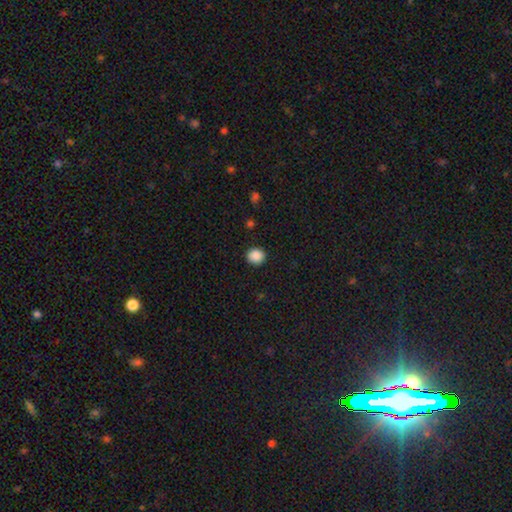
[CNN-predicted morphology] smooth_or_featured: smooth (p=0.88) [alt: star or artifact p=0.09]
how_rounded: round (p=0.87) [alt: in between p=0.12]
merging: none (p=0.90) [alt: minor disturbance p=0.07]